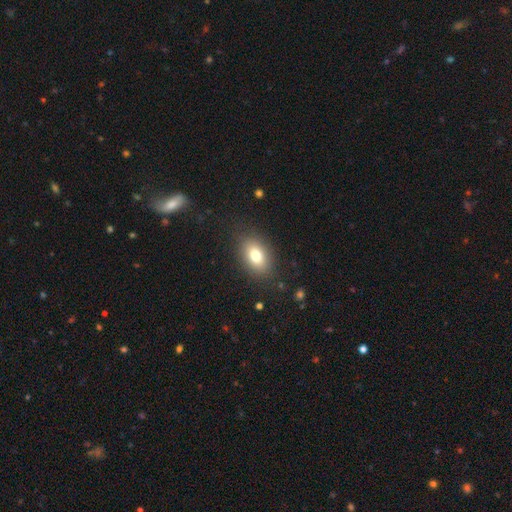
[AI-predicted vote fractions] Smooth or featured? Predicted: smooth (p=0.77). How rounded? Predicted: in between (p=0.83). Merging? Predicted: none (p=0.85).